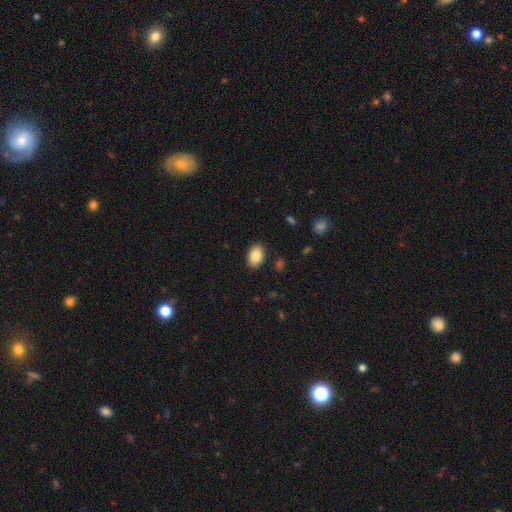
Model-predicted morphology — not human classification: Q: Smooth or featured?
A: smooth (84%); runner-up: featured or disk (8%)
Q: How rounded?
A: in between (88%); runner-up: round (11%)
Q: Merging?
A: none (88%); runner-up: minor disturbance (9%)